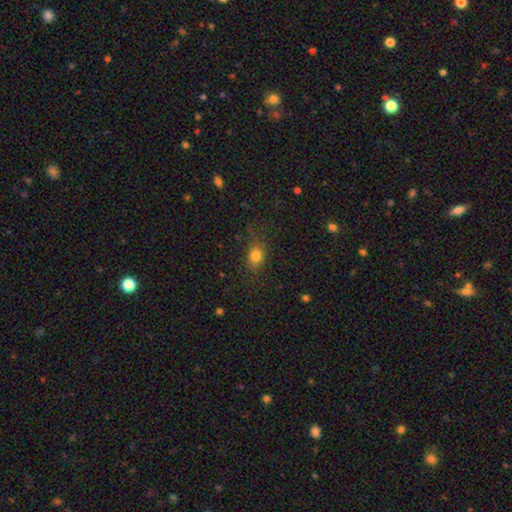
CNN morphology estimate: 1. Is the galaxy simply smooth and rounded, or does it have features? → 79% smooth, 13% star or artifact, 8% featured or disk.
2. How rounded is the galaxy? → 54% in between, 43% round, 3% cigar-shaped.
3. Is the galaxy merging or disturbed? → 74% none, 17% minor disturbance, 8% major disturbance, 2% merger.